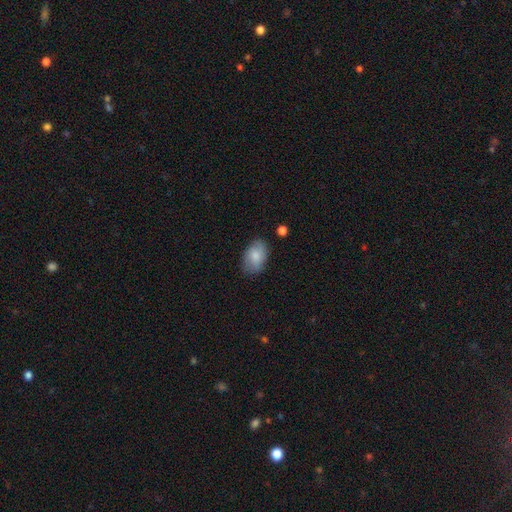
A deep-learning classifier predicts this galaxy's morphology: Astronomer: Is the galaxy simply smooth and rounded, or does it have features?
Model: smooth — 83%.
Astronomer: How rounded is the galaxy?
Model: in between — 89%.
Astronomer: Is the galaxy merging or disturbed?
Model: none — 77%.